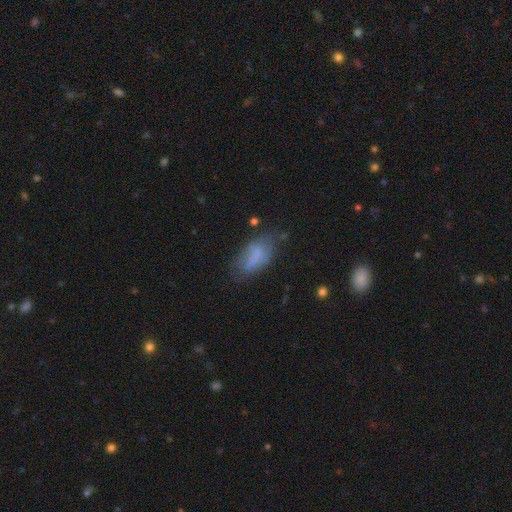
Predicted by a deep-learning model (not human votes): Smooth or featured? smooth (63%)
How rounded? in between (88%)
Merging? none (53%)